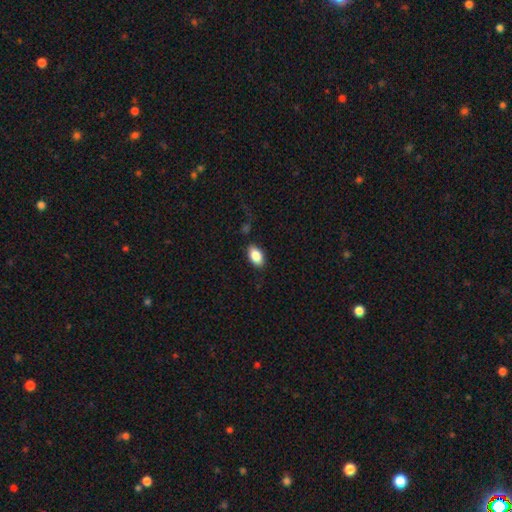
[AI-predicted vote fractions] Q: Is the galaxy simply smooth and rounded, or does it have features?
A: smooth — 85%.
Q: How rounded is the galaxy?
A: in between — 92%.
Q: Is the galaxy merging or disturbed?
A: none — 85%.